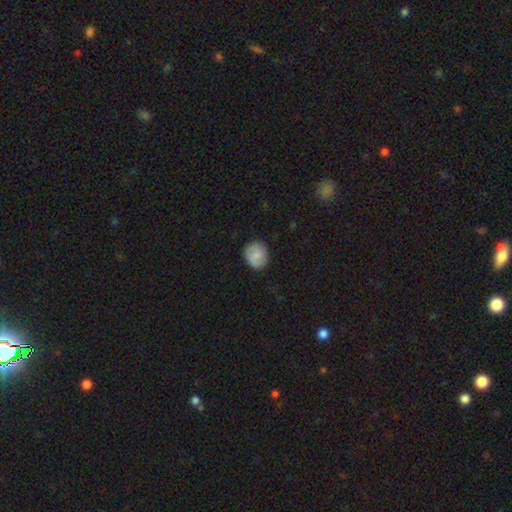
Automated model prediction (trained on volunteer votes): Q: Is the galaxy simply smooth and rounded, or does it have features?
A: smooth — 76%.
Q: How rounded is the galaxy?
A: round — 81%.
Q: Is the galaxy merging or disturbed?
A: none — 85%.